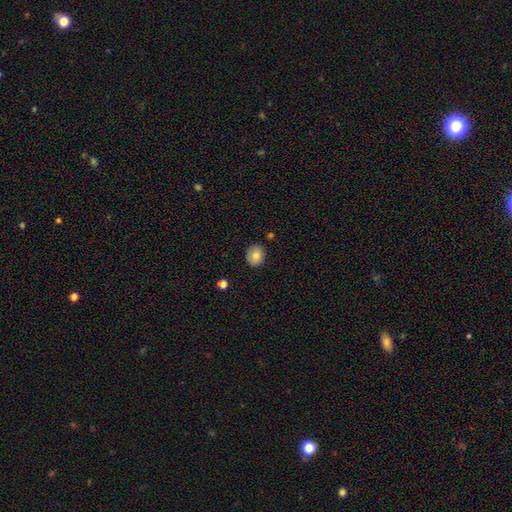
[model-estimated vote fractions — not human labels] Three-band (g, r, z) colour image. It shows a smooth galaxy with no disk features (83%) that is round (76%). Merging: none (86%).